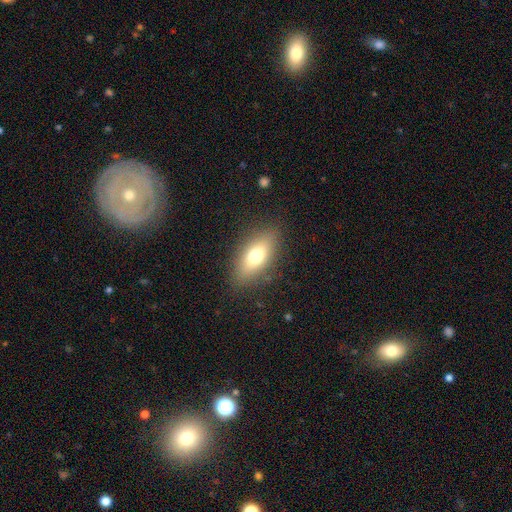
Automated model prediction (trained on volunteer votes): Smooth or featured: smooth — 70% (featured or disk — 21%)
How rounded: in between — 81% (cigar-shaped — 14%)
Merging: none — 84% (minor disturbance — 11%)